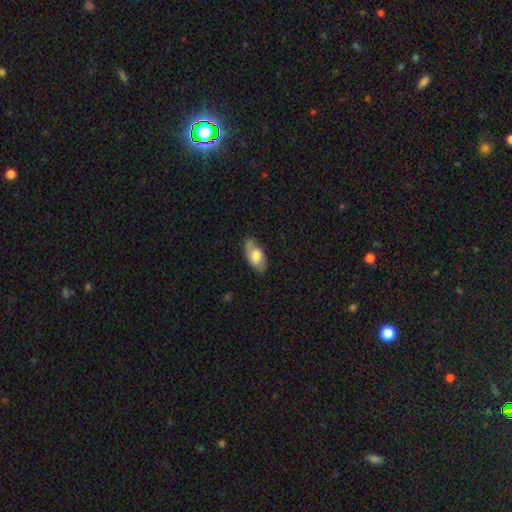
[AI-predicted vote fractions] Smooth or featured? Predicted: smooth (p=0.63). How rounded? Predicted: in between (p=0.90). Merging? Predicted: none (p=0.74).